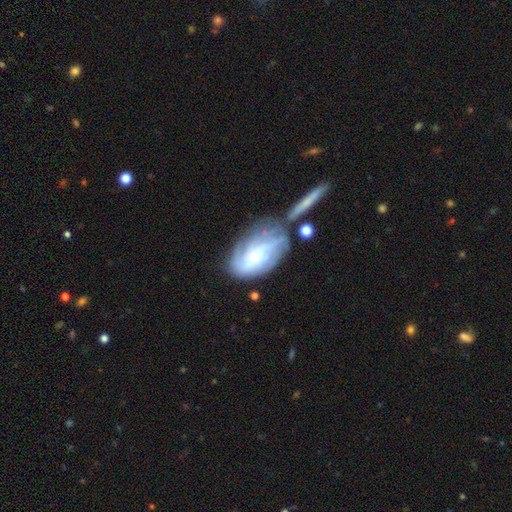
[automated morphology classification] Q: Smooth or featured?
A: featured or disk (62%); runner-up: smooth (30%)
Q: Edge-on disk?
A: no (94%); runner-up: yes (6%)
Q: Bar?
A: no (67%); runner-up: weak (27%)
Q: Spiral arms?
A: yes (83%); runner-up: no (17%)
Q: Bulge size?
A: small (49%); runner-up: moderate (33%)
Q: Merging?
A: none (48%); runner-up: minor disturbance (23%)